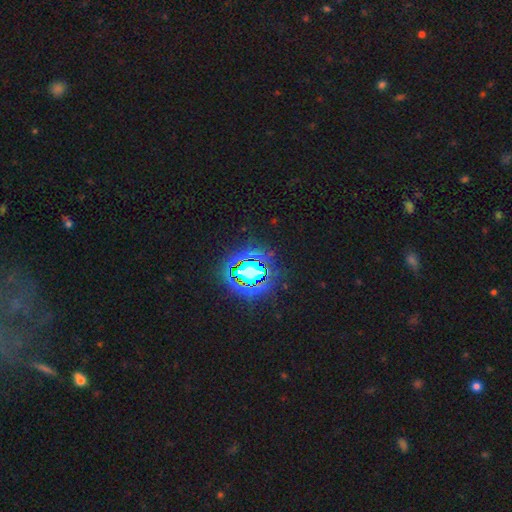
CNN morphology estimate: This is clearly a star or artifact rather than a galaxy (80%).